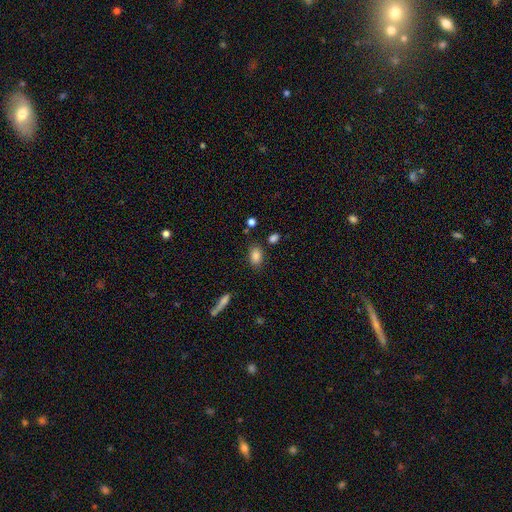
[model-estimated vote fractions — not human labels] smooth_or_featured: smooth (p=0.85) [alt: star or artifact p=0.09]
how_rounded: in between (p=0.84) [alt: round p=0.14]
merging: none (p=0.80) [alt: minor disturbance p=0.12]